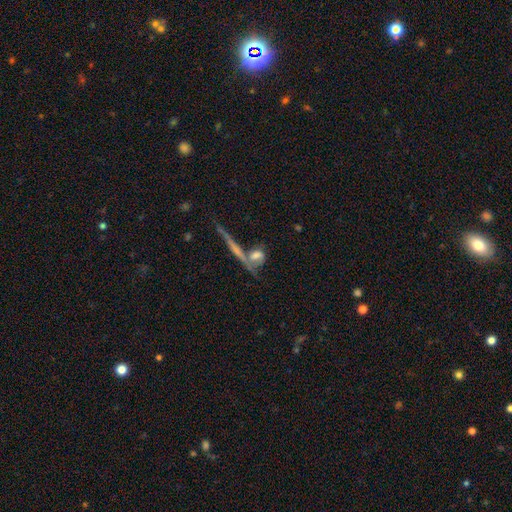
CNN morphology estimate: Smooth or featured? smooth (51%)
How rounded? in between (46%)
Merging? none (38%)